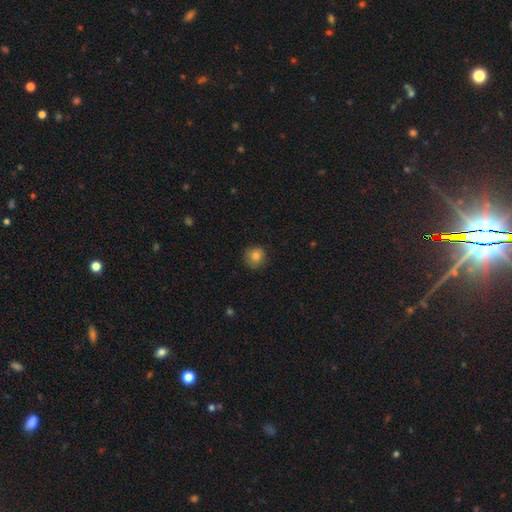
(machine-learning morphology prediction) Smooth or featured? Predicted: smooth (p=0.82). How rounded? Predicted: round (p=0.92). Merging? Predicted: none (p=0.86).